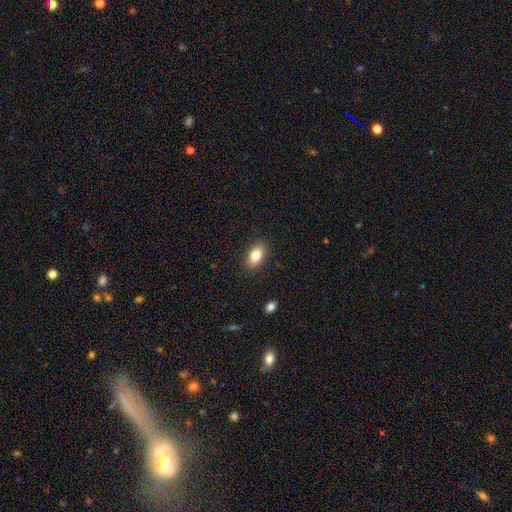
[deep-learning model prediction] smooth-or-featured: smooth: 82% | featured or disk: 10% | star or artifact: 8%
  how-rounded: in between: 89% | round: 8% | cigar-shaped: 3%
  merging: none: 88% | minor disturbance: 9% | major disturbance: 2% | merger: 1%